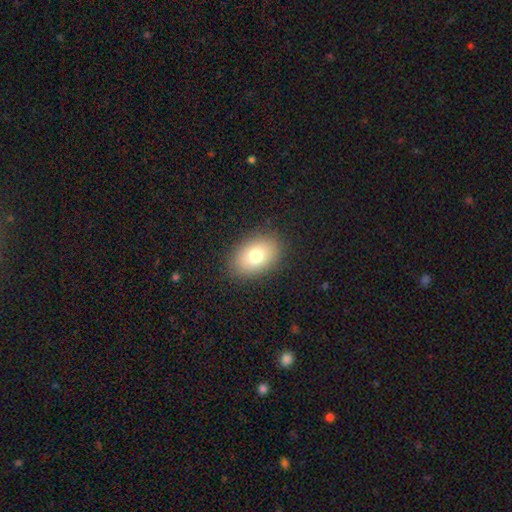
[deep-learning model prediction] Smooth or featured? Predicted: smooth (p=0.77). How rounded? Predicted: in between (p=0.80). Merging? Predicted: none (p=0.87).